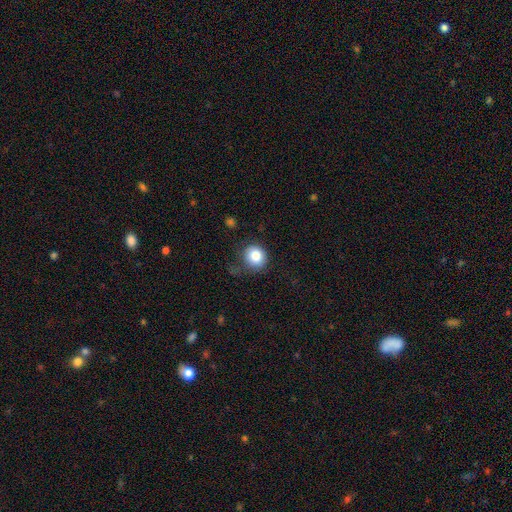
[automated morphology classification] A smooth galaxy with no disk features (82%) that is round (85%).

Vote fractions:
- Smooth or featured? smooth: 82% / star or artifact: 10% / featured or disk: 8%
- How rounded? round: 85% / in between: 14% / cigar-shaped: 1%
- Merging? none: 72% / minor disturbance: 19% / major disturbance: 7% / merger: 2%